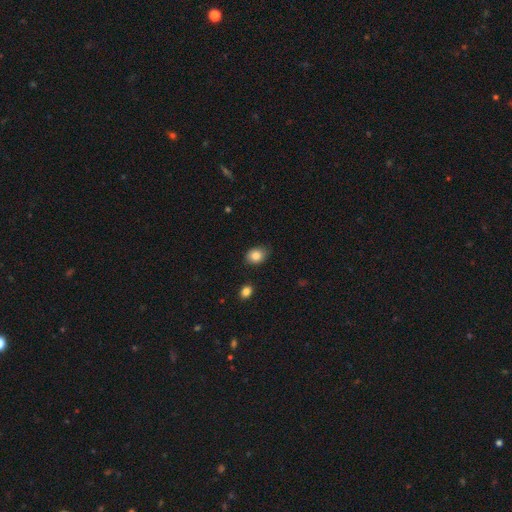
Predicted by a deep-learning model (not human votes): A smooth galaxy with no disk features (84%) that is in between round and cigar-shaped (56%). Merging: none (80%).